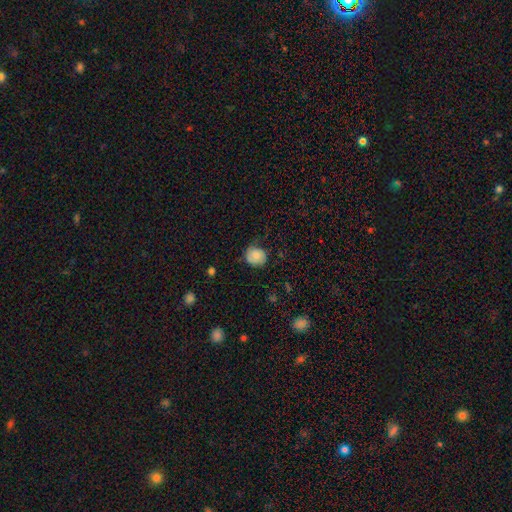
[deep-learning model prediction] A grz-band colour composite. It shows a smooth galaxy with no disk features (76%) that is round (77%). Merging: none (65%).